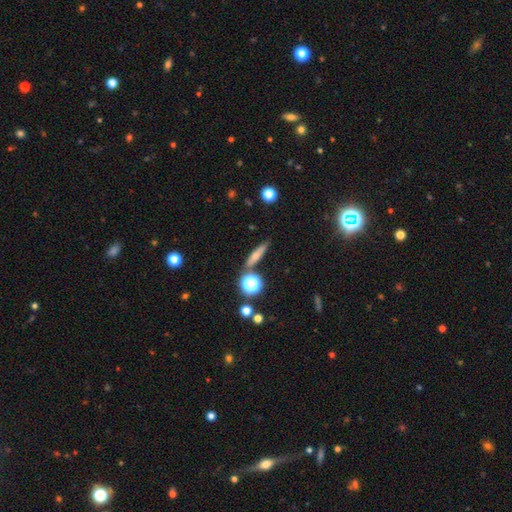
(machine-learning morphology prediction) A smooth galaxy with no disk features (62%) that is cigar-shaped (70%). Merging: none (78%).